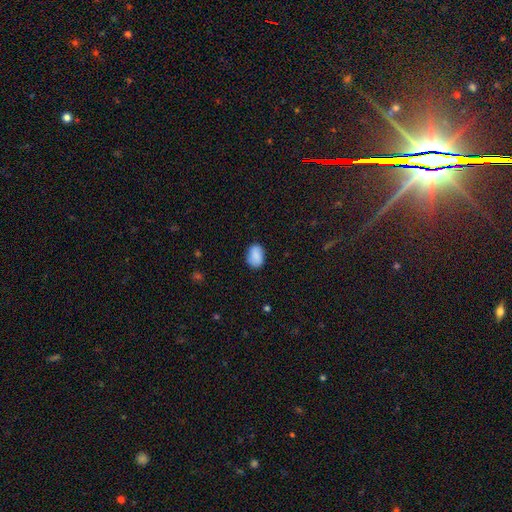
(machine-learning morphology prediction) type=smooth (85%); roundness=in between (80%); merging=none (81%).